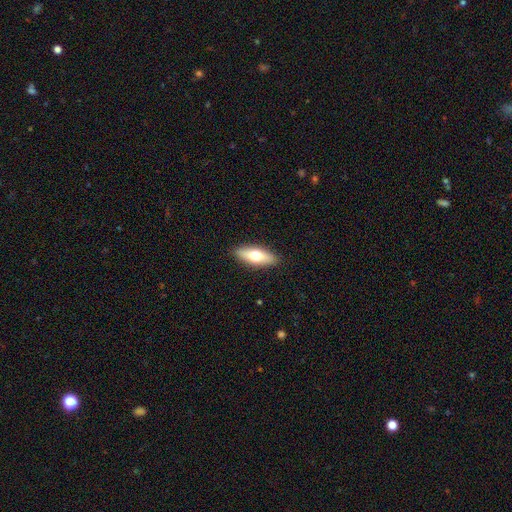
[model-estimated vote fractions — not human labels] Smooth or featured?
  - smooth: 63% *
  - featured or disk: 31%
  - star or artifact: 6%
How rounded?
  - in between: 63% *
  - cigar-shaped: 34%
  - round: 3%
Merging?
  - none: 89% *
  - minor disturbance: 8%
  - major disturbance: 2%
  - merger: 1%